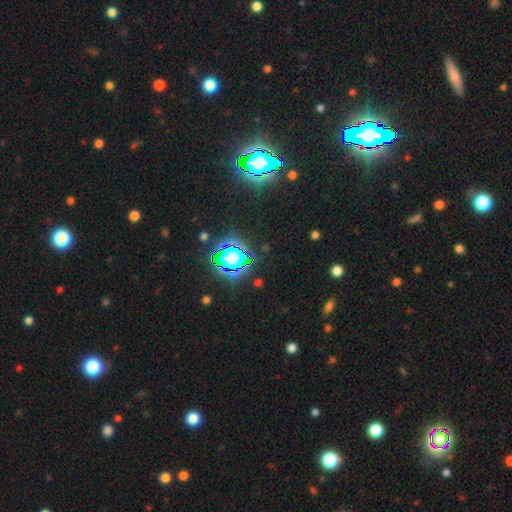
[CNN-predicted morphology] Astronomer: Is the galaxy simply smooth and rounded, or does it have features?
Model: star or artifact — 82%.